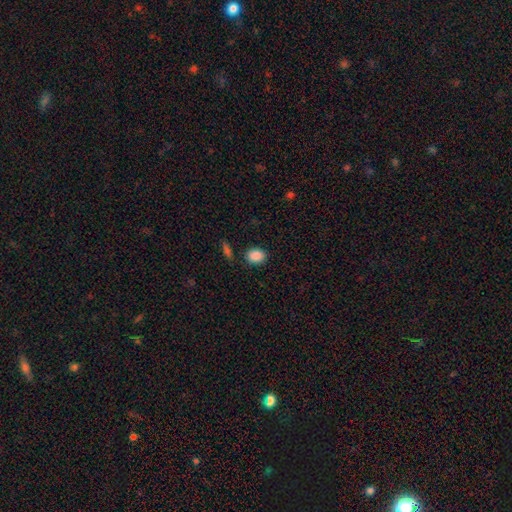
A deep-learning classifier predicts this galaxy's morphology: Smooth or featured? Predicted: smooth (p=0.88). How rounded? Predicted: in between (p=0.57). Merging? Predicted: none (p=0.84).